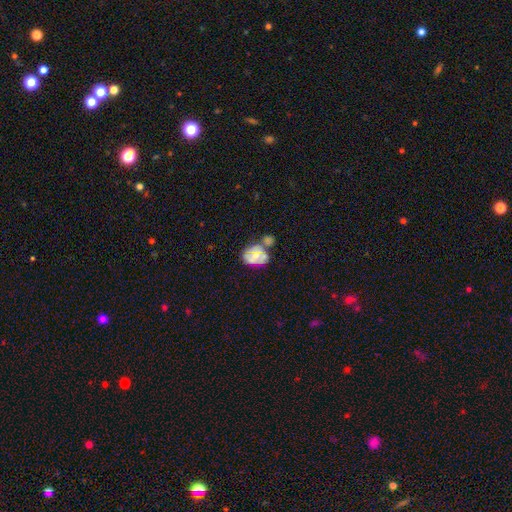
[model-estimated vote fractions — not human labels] featured or disk 50%, smooth 41%, star or artifact 9%. Down the decision tree: edge-on disk — no (96%); merging — merger (42%).